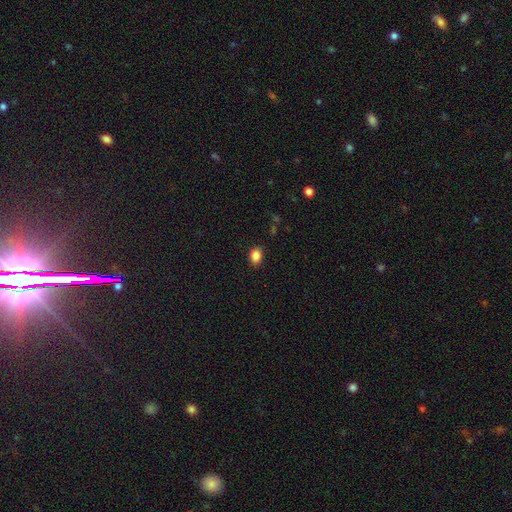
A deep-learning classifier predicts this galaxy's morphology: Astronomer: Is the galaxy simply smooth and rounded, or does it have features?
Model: smooth — 87%.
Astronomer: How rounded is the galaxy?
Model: in between — 67%.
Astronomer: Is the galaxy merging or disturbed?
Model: none — 88%.